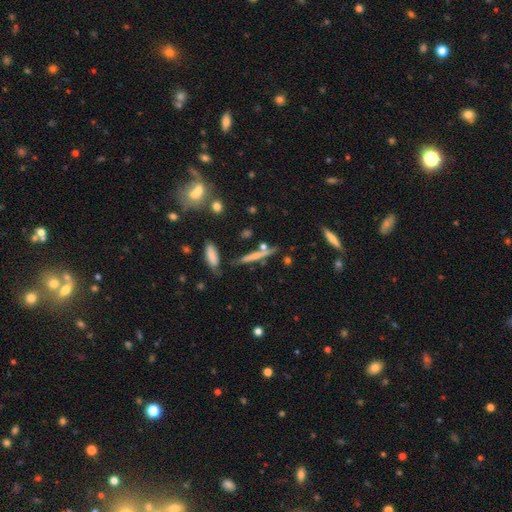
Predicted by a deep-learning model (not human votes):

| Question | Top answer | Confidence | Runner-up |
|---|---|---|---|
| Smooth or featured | smooth | 47% | featured or disk (44%) |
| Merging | none | 72% | minor disturbance (14%) |